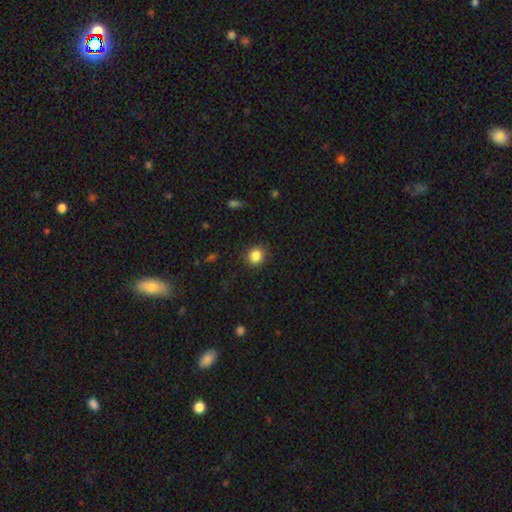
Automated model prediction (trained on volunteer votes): Morphology: type=smooth (85%); roundness=round (81%); merging=none (89%).